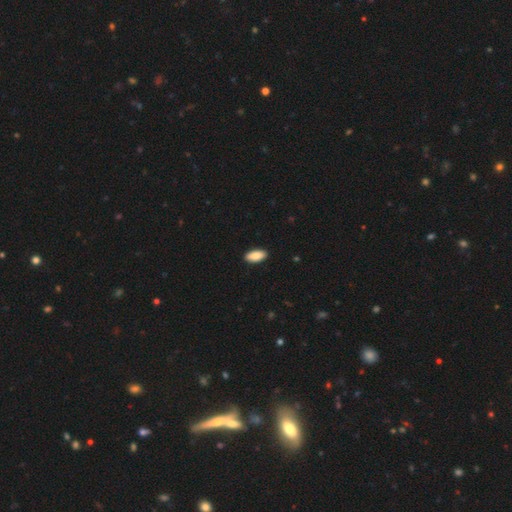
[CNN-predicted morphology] Smooth or featured? smooth (89%)
How rounded? in between (91%)
Merging? none (91%)